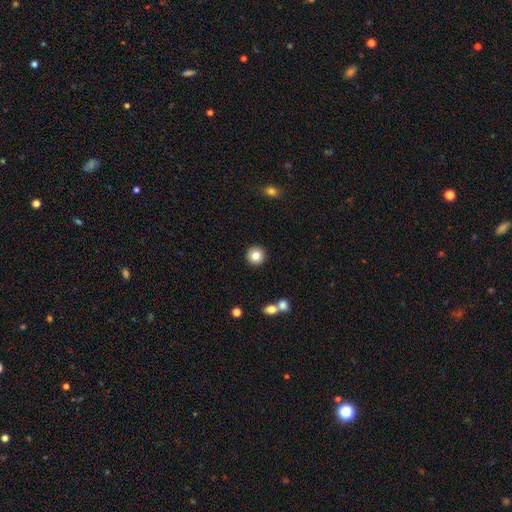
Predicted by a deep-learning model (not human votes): Smooth or featured? Predicted: smooth (p=0.83). How rounded? Predicted: round (p=0.94). Merging? Predicted: none (p=0.91).